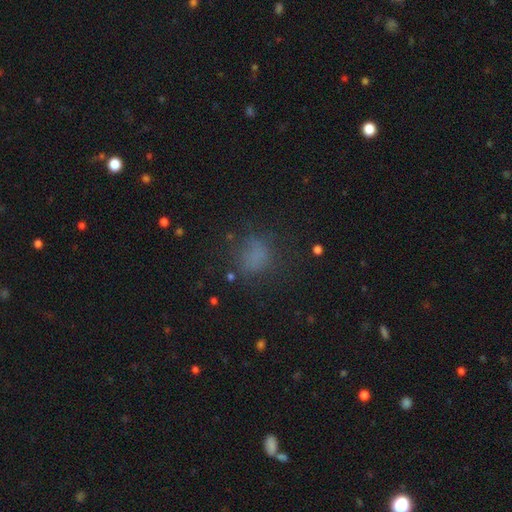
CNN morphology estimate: A smooth galaxy with no disk features (68%) that is round (62%). Merging: none (66%).